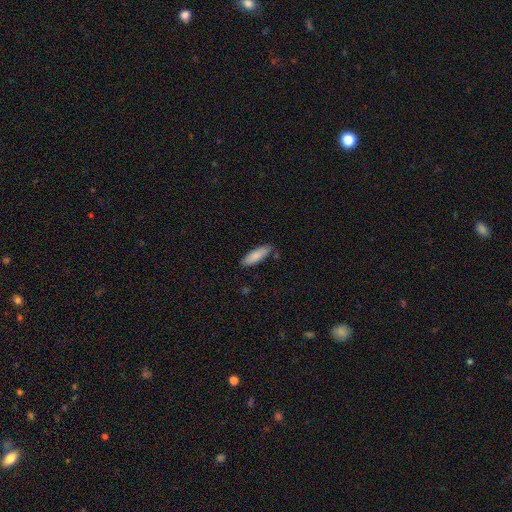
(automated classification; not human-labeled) smooth 86%, featured or disk 8%, star or artifact 6%. Down the decision tree: how rounded — in between (50%); merging — none (80%).